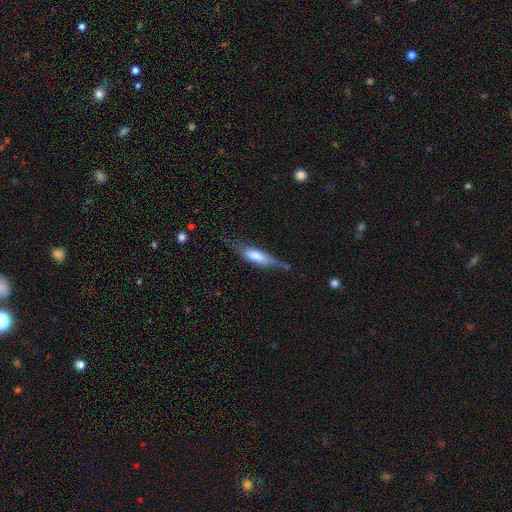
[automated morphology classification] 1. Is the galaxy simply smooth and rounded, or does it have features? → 52% smooth, 41% featured or disk, 7% star or artifact.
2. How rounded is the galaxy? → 58% cigar-shaped, 39% in between, 2% round.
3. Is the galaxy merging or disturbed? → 54% none, 28% minor disturbance, 14% major disturbance, 4% merger.